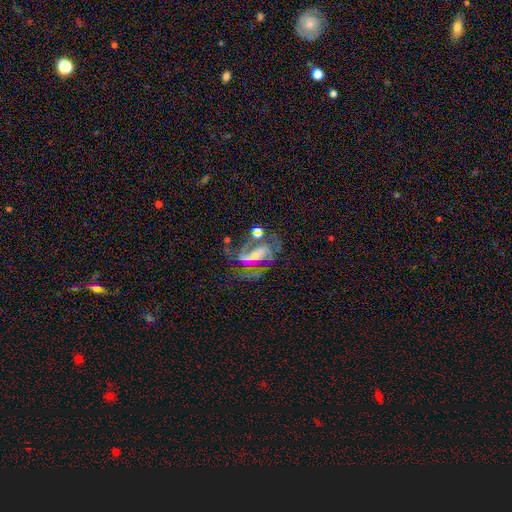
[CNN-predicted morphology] Overall: featured or disk (86%). Edge-on disk: no (97%). Bar: strong (40%; weak 38%). Spiral arms: yes (96%). Spiral arm count: 2 (73%). Spiral winding: medium (55%; tight 27%). Bulge size: small (55%; moderate 28%). Merging: none (52%; major disturbance 20%).